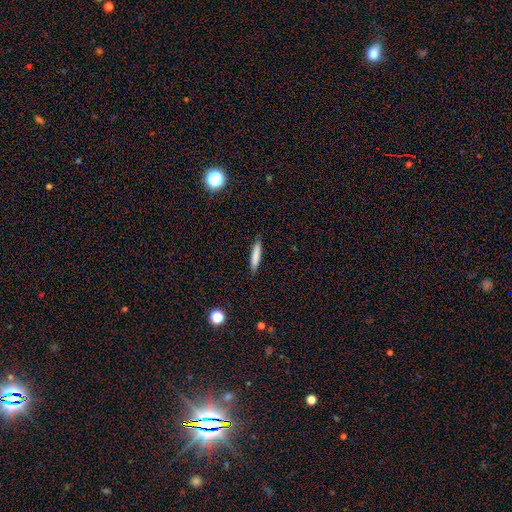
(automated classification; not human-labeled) A smooth galaxy with no disk features (81%) that is cigar-shaped (90%). Merging: none (89%).